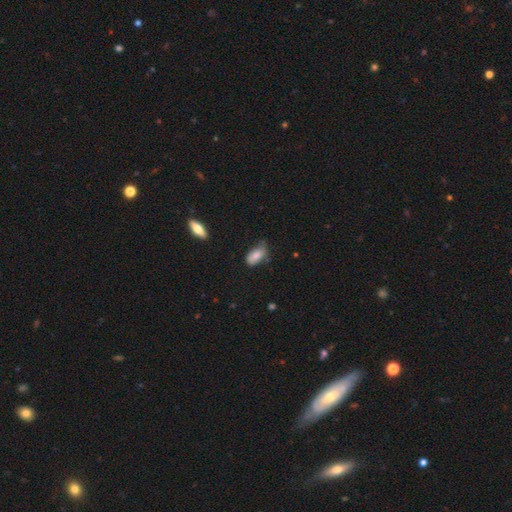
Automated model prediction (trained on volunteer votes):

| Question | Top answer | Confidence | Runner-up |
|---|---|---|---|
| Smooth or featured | smooth | 79% | featured or disk (14%) |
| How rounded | in between | 91% | cigar-shaped (5%) |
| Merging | none | 44% | minor disturbance (42%) |